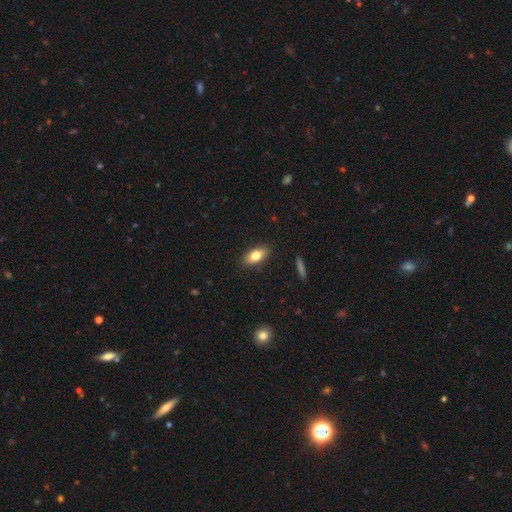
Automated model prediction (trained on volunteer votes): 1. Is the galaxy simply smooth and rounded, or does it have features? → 78% smooth, 14% featured or disk, 7% star or artifact.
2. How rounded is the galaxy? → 85% in between, 11% cigar-shaped, 4% round.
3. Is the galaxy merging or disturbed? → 88% none, 9% minor disturbance, 2% major disturbance, 1% merger.